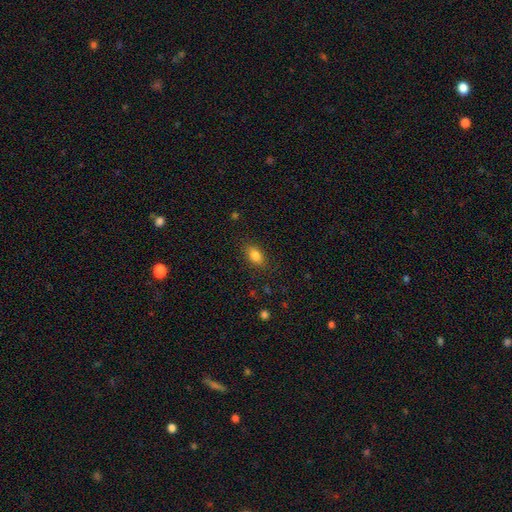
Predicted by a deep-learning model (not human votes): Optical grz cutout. It shows a smooth galaxy with no disk features (83%) that is in between round and cigar-shaped (86%). Merging: none (85%).